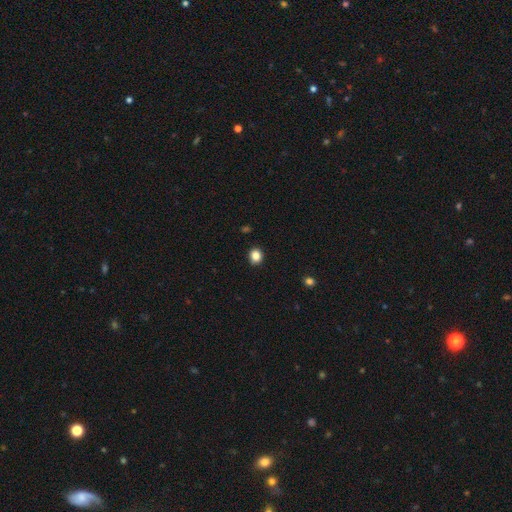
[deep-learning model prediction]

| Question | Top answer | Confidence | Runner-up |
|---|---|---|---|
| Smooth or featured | smooth | 85% | star or artifact (11%) |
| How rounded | round | 74% | in between (26%) |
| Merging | none | 91% | minor disturbance (6%) |